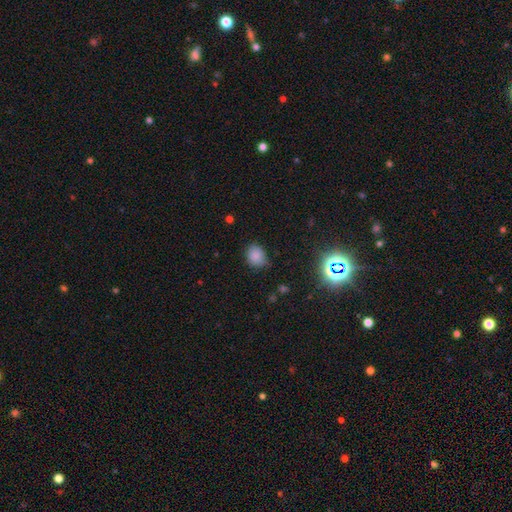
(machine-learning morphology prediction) Smooth or featured? smooth (81%)
How rounded? in between (52%)
Merging? none (69%)